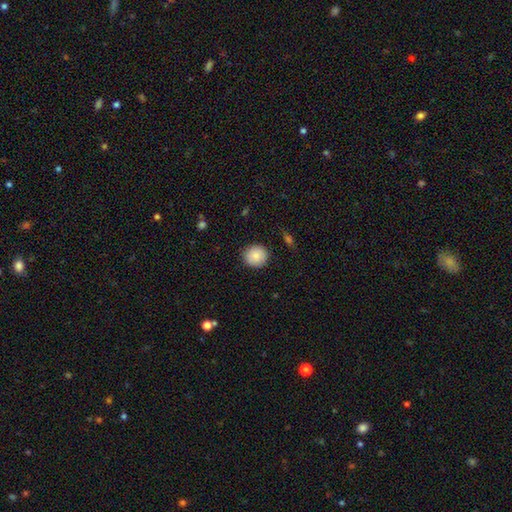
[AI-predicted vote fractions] Smooth or featured?
  - smooth: 87% *
  - star or artifact: 8%
  - featured or disk: 5%
How rounded?
  - round: 91% *
  - in between: 8%
  - cigar-shaped: 1%
Merging?
  - none: 89% *
  - minor disturbance: 7%
  - major disturbance: 2%
  - merger: 1%